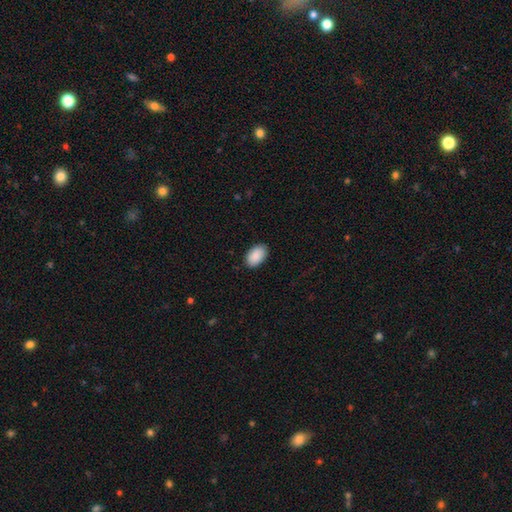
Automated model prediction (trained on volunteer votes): Overall: smooth (90%). How rounded: in between (94%). Merging: none (89%).